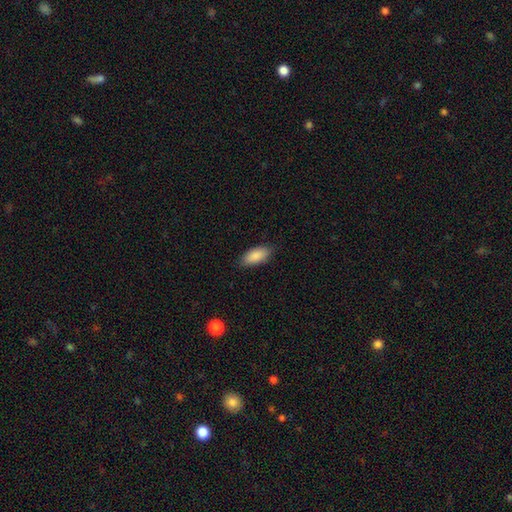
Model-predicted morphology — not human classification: type=smooth (89%); roundness=in between (88%); merging=none (86%).